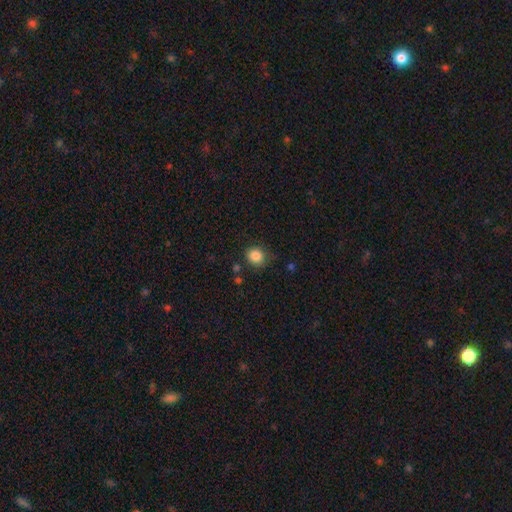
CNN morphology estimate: A smooth galaxy with no disk features (86%) that is round (85%).

Vote fractions:
- Smooth or featured? smooth: 86% / star or artifact: 10% / featured or disk: 4%
- How rounded? round: 85% / in between: 14% / cigar-shaped: 1%
- Merging? none: 81% / minor disturbance: 13% / major disturbance: 4% / merger: 3%